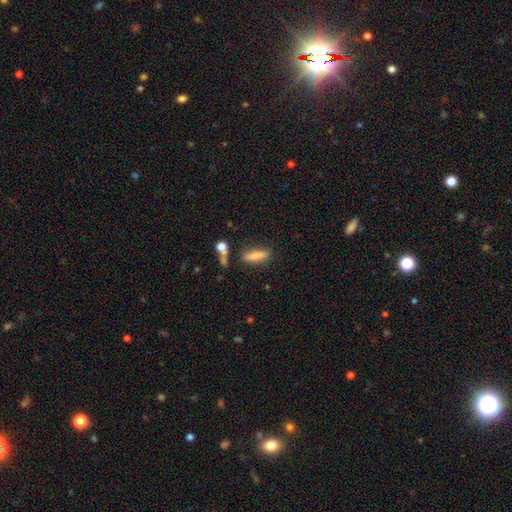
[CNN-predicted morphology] Smooth or featured? smooth (70%)
How rounded? cigar-shaped (60%)
Merging? none (72%)